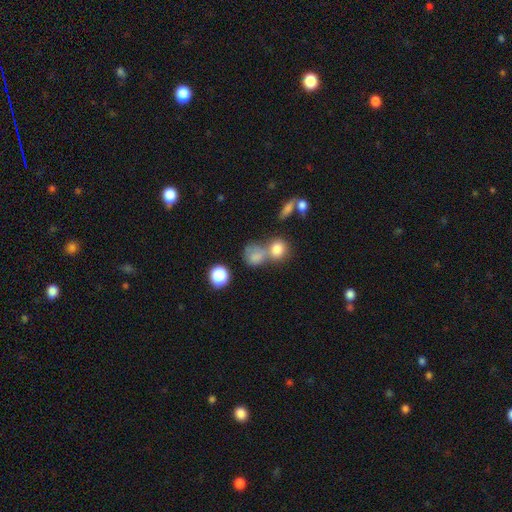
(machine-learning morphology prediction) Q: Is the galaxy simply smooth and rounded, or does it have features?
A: smooth — 76%.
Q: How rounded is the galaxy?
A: round — 64%.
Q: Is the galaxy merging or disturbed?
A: merger — 52%.